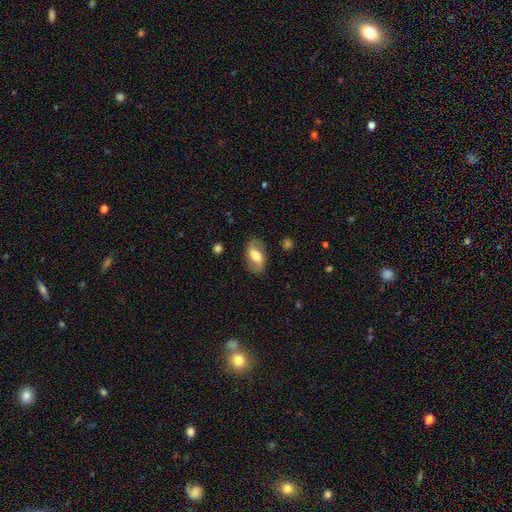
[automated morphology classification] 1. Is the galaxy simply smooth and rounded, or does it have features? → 47% featured or disk, 46% smooth, 7% star or artifact.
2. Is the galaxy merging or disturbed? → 78% none, 15% minor disturbance, 5% major disturbance, 1% merger.